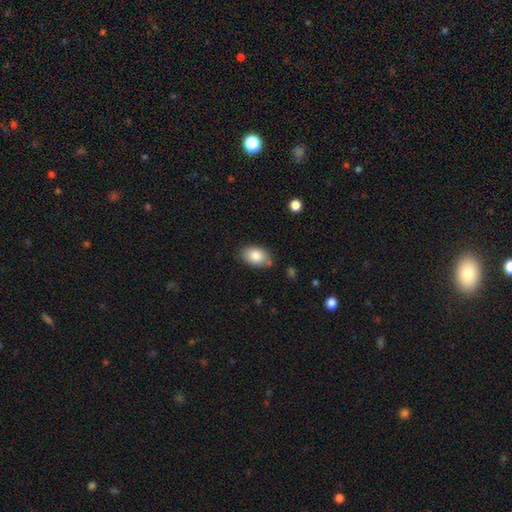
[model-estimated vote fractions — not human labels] Q: Smooth or featured?
A: smooth (84%); runner-up: featured or disk (8%)
Q: How rounded?
A: in between (89%); runner-up: round (10%)
Q: Merging?
A: none (77%); runner-up: minor disturbance (17%)